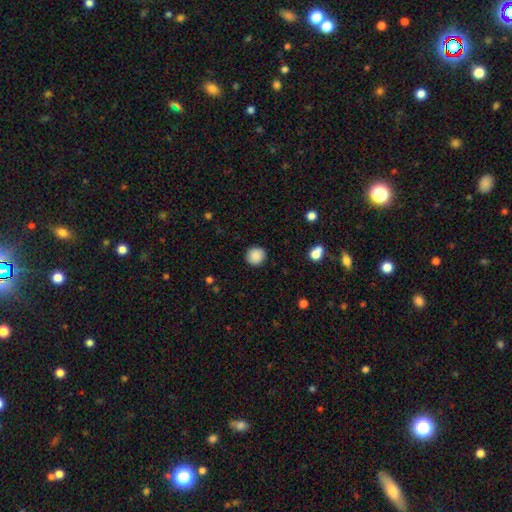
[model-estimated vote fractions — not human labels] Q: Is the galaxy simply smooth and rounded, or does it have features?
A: smooth — 88%.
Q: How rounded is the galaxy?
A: round — 90%.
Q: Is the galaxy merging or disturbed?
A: none — 90%.